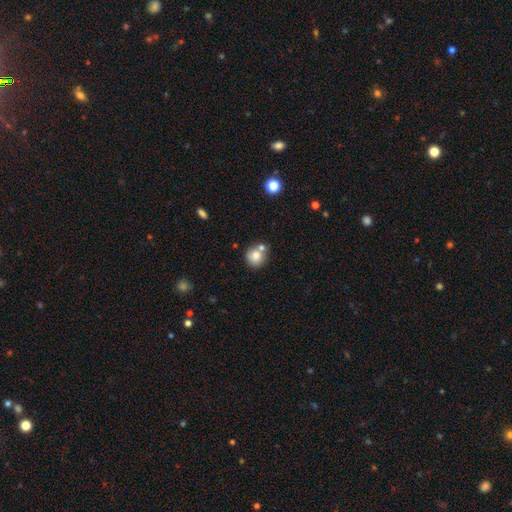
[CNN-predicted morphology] Smooth or featured? Predicted: smooth (p=0.80). How rounded? Predicted: round (p=0.86). Merging? Predicted: none (p=0.56).